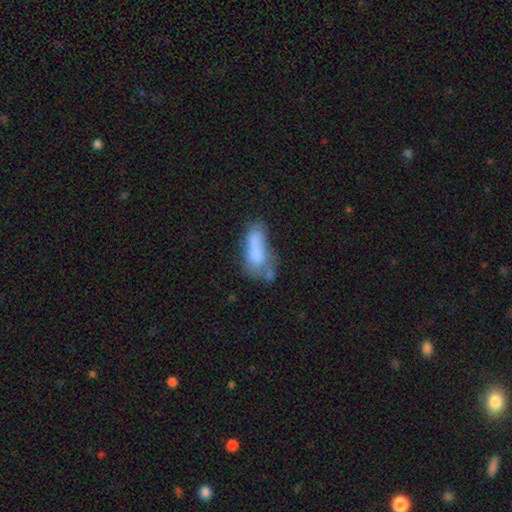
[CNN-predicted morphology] Smooth or featured? smooth (69%)
How rounded? in between (75%)
Merging? none (28%)